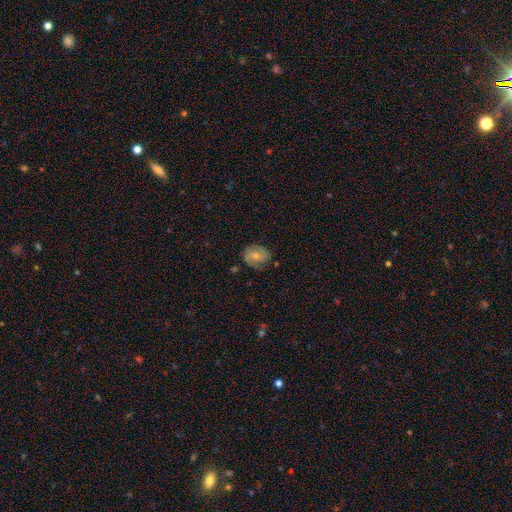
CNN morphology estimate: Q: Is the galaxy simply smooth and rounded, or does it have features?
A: featured or disk — 57%.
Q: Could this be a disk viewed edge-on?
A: no — 97%.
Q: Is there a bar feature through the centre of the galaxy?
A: no — 49%.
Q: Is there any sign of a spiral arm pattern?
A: yes — 88%.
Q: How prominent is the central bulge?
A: small — 54%.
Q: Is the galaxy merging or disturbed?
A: none — 74%.